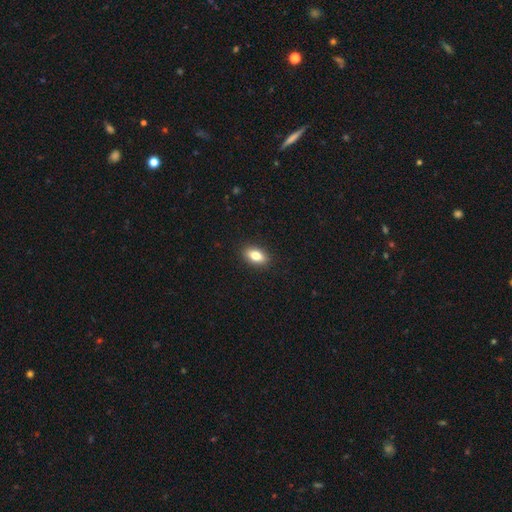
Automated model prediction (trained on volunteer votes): Smooth or featured? Predicted: smooth (p=0.79). How rounded? Predicted: in between (p=0.86). Merging? Predicted: none (p=0.91).